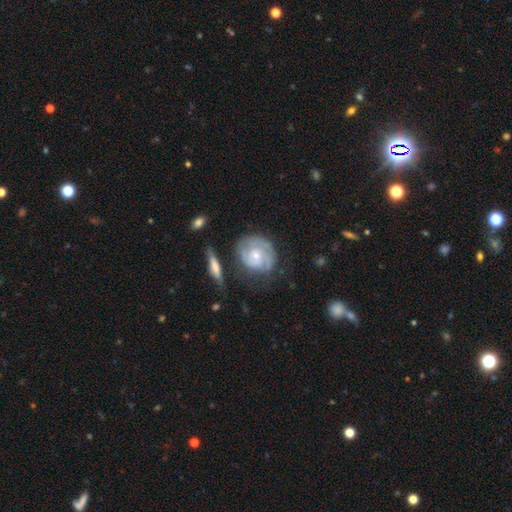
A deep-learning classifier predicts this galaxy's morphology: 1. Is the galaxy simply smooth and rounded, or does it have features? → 75% featured or disk, 19% smooth, 5% star or artifact.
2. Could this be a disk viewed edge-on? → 97% no, 3% yes.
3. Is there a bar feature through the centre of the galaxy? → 73% no, 24% weak, 4% strong.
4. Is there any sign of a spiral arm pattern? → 90% yes, 10% no.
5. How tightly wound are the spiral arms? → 62% tight, 29% medium, 8% loose.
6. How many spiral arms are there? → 40% 2, 30% can't tell, 17% 3, 5% 1, 4% 4, 3% more than 4.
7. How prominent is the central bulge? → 61% small, 35% moderate, 2% none, 2% large, 1% dominant.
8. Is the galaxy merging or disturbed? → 62% none, 22% minor disturbance, 11% major disturbance, 6% merger.